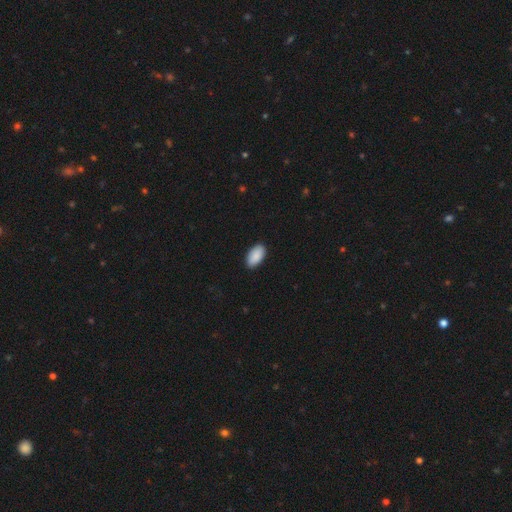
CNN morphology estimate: A smooth galaxy with no disk features (91%) that is in between round and cigar-shaped (96%).

Vote fractions:
- Smooth or featured? smooth: 91% / star or artifact: 6% / featured or disk: 3%
- How rounded? in between: 96% / round: 2% / cigar-shaped: 2%
- Merging? none: 89% / minor disturbance: 8% / major disturbance: 2% / merger: 1%